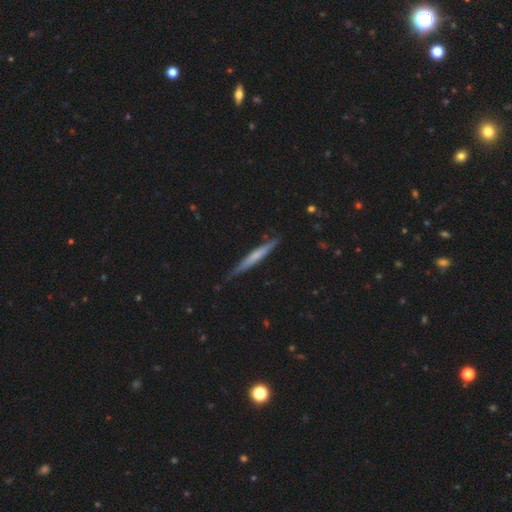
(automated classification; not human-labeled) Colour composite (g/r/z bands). It shows a smooth galaxy with no disk features (50%) that is cigar-shaped (96%). Merging: none (81%).